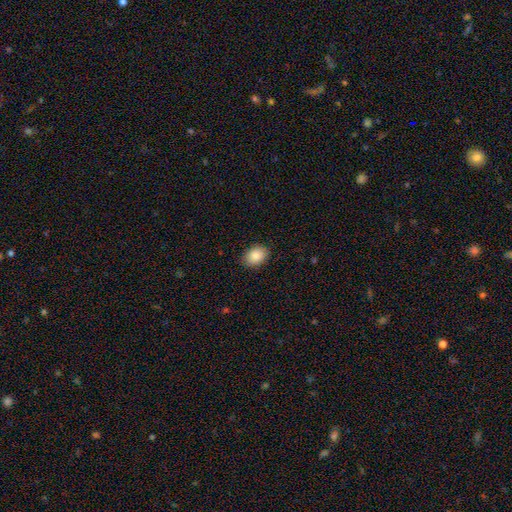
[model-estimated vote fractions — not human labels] smooth 87%, star or artifact 7%, featured or disk 6%. Down the decision tree: how rounded — in between (74%); merging — none (87%).